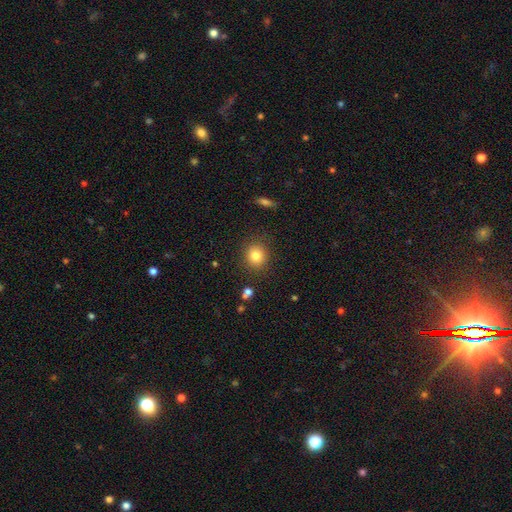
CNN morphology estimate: smooth-or-featured: smooth: 81% | star or artifact: 12% | featured or disk: 8%
  how-rounded: round: 85% | in between: 14% | cigar-shaped: 1%
  merging: none: 88% | minor disturbance: 8% | major disturbance: 3% | merger: 2%